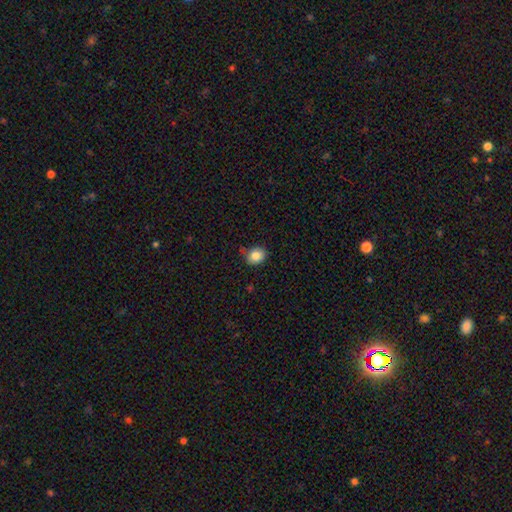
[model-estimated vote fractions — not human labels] A smooth galaxy with no disk features (85%) that is round (60%).

Vote fractions:
- Smooth or featured? smooth: 85% / star or artifact: 10% / featured or disk: 6%
- How rounded? round: 60% / in between: 39% / cigar-shaped: 1%
- Merging? none: 75% / minor disturbance: 19% / major disturbance: 3% / merger: 2%